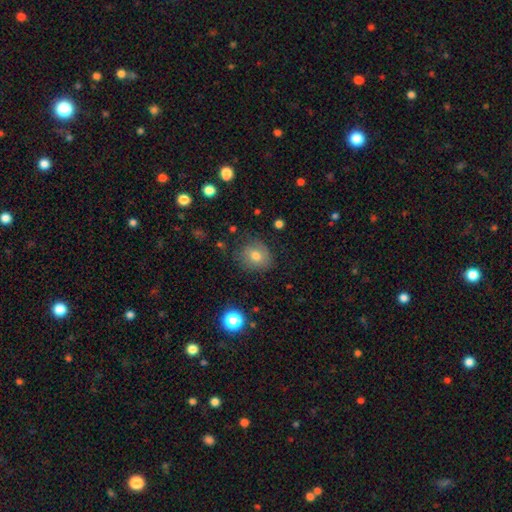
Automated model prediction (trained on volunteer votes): Smooth or featured: smooth — 73% (featured or disk — 14%)
How rounded: round — 73% (in between — 26%)
Merging: none — 74% (minor disturbance — 18%)